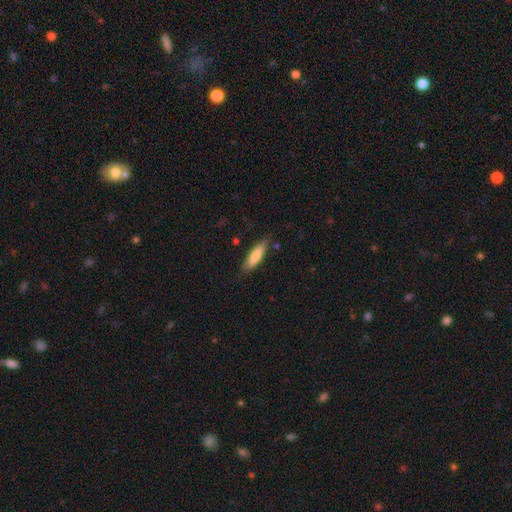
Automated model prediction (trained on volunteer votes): A smooth galaxy with no disk features (78%) that is cigar-shaped (65%).

Vote fractions:
- Smooth or featured? smooth: 78% / featured or disk: 16% / star or artifact: 6%
- How rounded? cigar-shaped: 65% / in between: 34% / round: 1%
- Merging? none: 80% / minor disturbance: 15% / major disturbance: 3% / merger: 2%